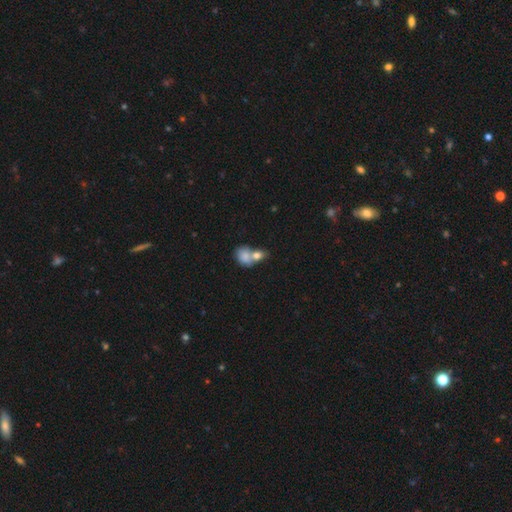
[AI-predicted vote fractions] Overall: smooth (79%). How rounded: in between (63%; round 35%). Merging: merger (65%).